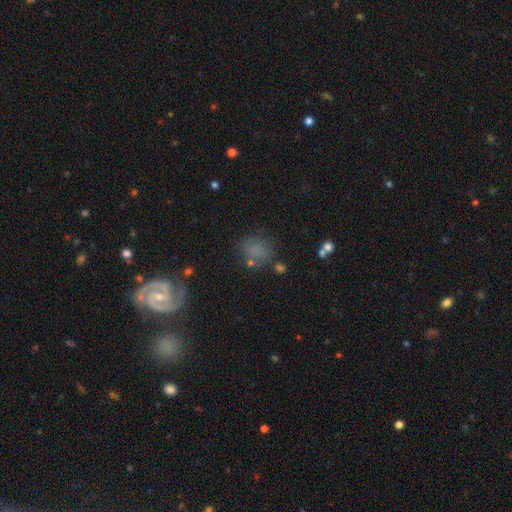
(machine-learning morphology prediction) Overall: smooth (41%; featured or disk 40%). Merging: none (69%).